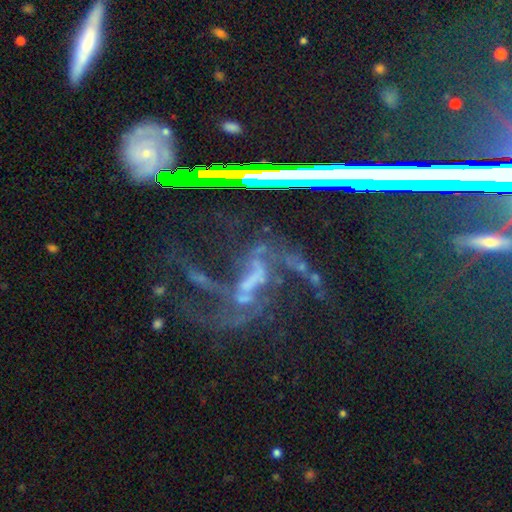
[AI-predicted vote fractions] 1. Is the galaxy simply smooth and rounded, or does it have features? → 69% featured or disk, 23% star or artifact, 9% smooth.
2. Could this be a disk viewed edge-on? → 88% no, 12% yes.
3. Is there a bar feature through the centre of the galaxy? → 47% strong, 27% weak, 26% no.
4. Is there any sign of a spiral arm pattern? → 84% yes, 16% no.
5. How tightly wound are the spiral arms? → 53% loose, 34% medium, 13% tight.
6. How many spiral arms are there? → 73% 2, 11% can't tell, 5% 3, 5% 1, 3% 4, 3% more than 4.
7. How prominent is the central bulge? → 38% none, 36% small, 18% moderate, 5% large, 2% dominant.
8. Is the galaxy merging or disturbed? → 45% none, 32% major disturbance, 16% minor disturbance, 7% merger.